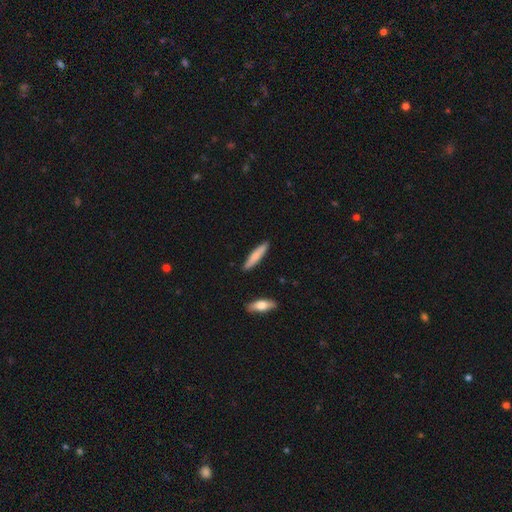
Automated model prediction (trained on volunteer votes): A smooth galaxy with no disk features (76%) that is cigar-shaped (87%). Merging: none (89%).